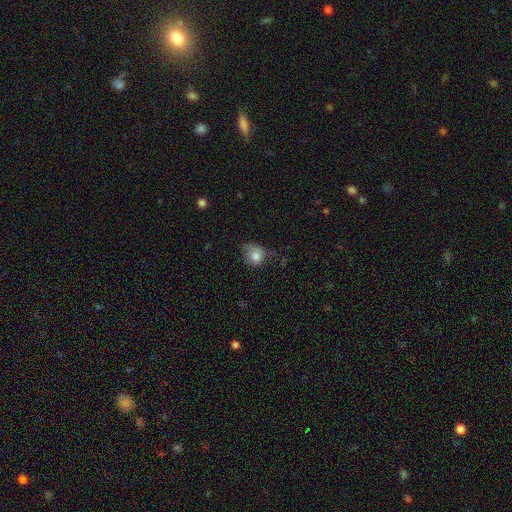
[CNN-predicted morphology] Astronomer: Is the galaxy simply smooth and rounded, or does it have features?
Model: smooth — 79%.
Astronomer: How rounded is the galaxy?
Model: round — 70%.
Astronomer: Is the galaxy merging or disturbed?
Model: none — 40% (runner-up: minor disturbance, 37%).